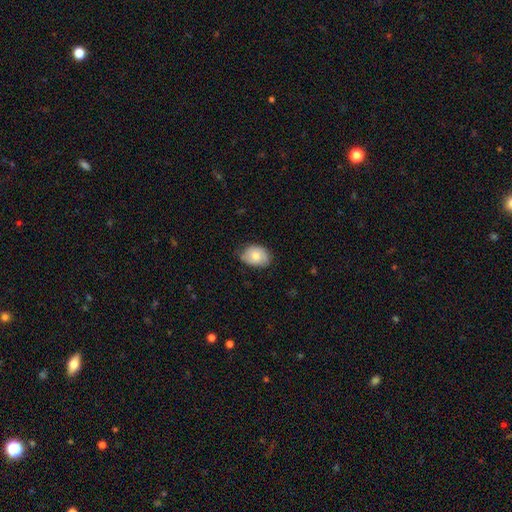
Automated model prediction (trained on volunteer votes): This appears to be a smooth galaxy with no disk features (71%) that is in between round and cigar-shaped (70%). Merging: none (66%).